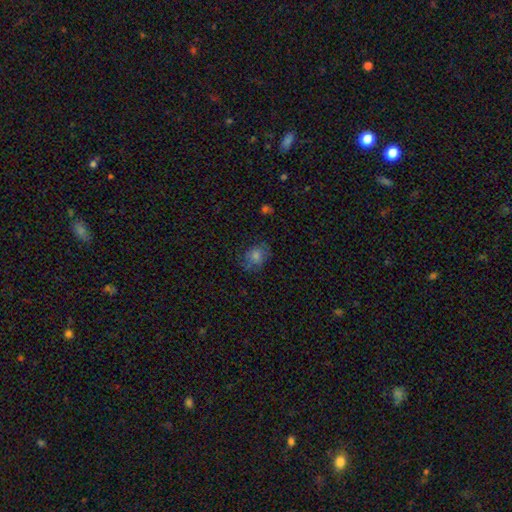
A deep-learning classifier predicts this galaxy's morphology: This appears to be a smooth galaxy with no disk features (68%) that is round (58%). Merging: none (71%).